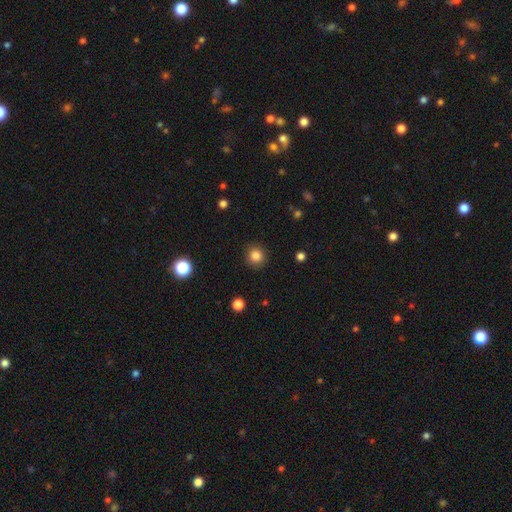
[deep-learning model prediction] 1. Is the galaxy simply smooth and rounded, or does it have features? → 84% smooth, 11% star or artifact, 5% featured or disk.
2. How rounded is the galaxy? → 91% round, 8% in between, 1% cigar-shaped.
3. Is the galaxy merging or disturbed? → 90% none, 6% minor disturbance, 2% major disturbance, 1% merger.